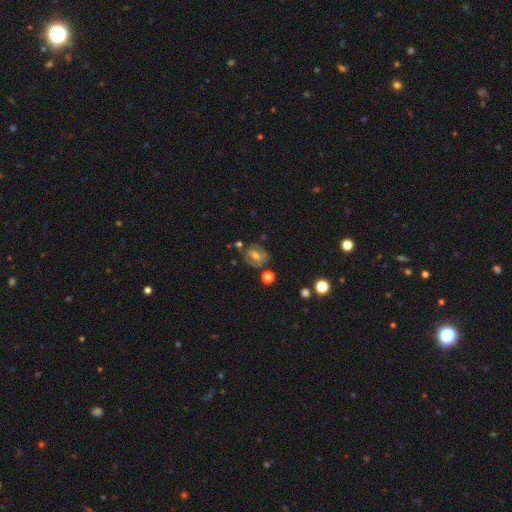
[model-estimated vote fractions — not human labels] smooth_or_featured: featured or disk (p=0.56) [alt: smooth p=0.33]
disk_edge_on: no (p=0.96) [alt: yes p=0.04]
bar: weak (p=0.44) [alt: no p=0.36]
has_spiral_arms: yes (p=0.64) [alt: no p=0.36]
bulge_size: moderate (p=0.63) [alt: small p=0.26]
merging: none (p=0.69) [alt: minor disturbance p=0.18]